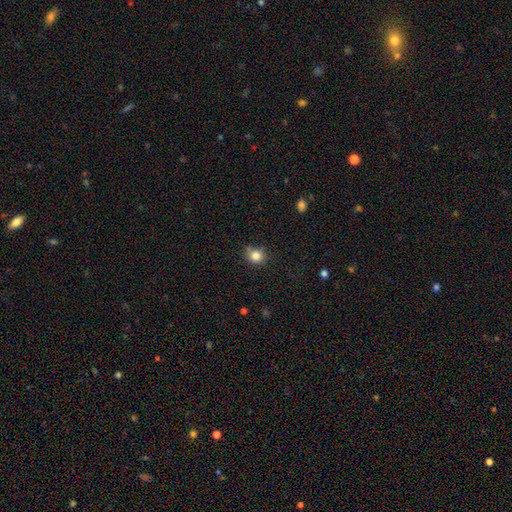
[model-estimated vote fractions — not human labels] This appears to be a smooth galaxy with no disk features (82%) that is round (80%). Merging: none (67%).